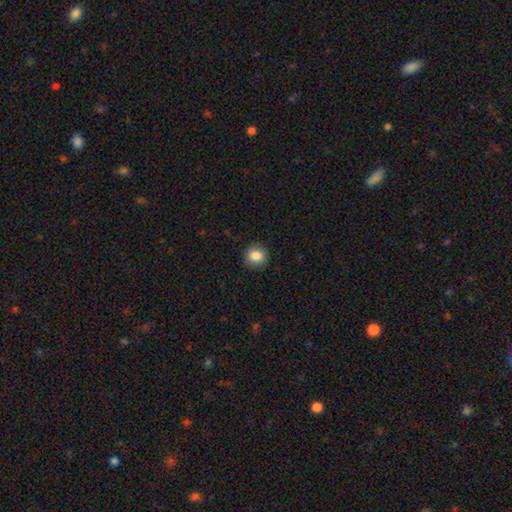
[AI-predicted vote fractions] smooth-or-featured: smooth: 85% | star or artifact: 9% | featured or disk: 6%
  how-rounded: round: 89% | in between: 10% | cigar-shaped: 1%
  merging: none: 91% | minor disturbance: 6% | major disturbance: 2% | merger: 1%